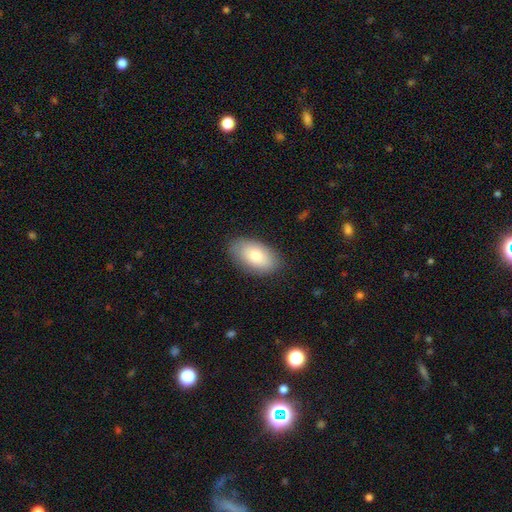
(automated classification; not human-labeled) The model was most divided on "smooth or featured": smooth: 76%, featured or disk: 17%, star or artifact: 7%. More confident: how rounded — in between (93%); merging — none (84%).